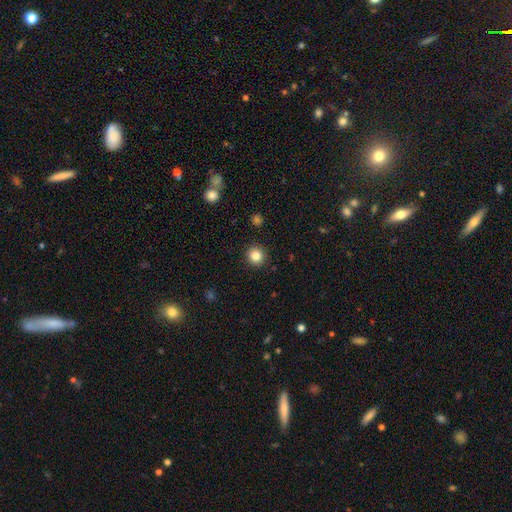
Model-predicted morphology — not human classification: type=smooth (84%); roundness=round (92%); merging=none (92%).